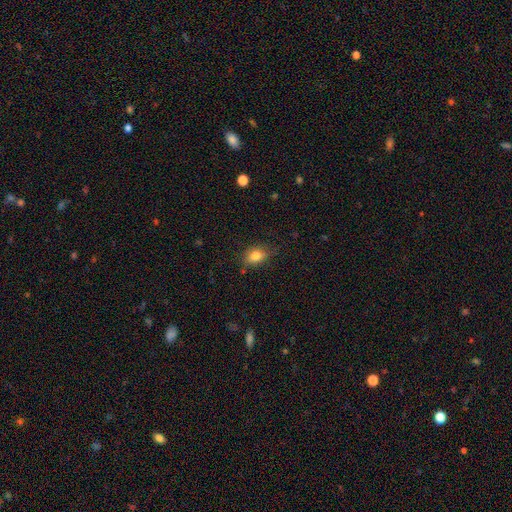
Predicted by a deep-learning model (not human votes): The model was most divided on "how rounded": in between: 71%, round: 27%, cigar-shaped: 2%. More confident: smooth or featured — smooth (82%); merging — none (73%).